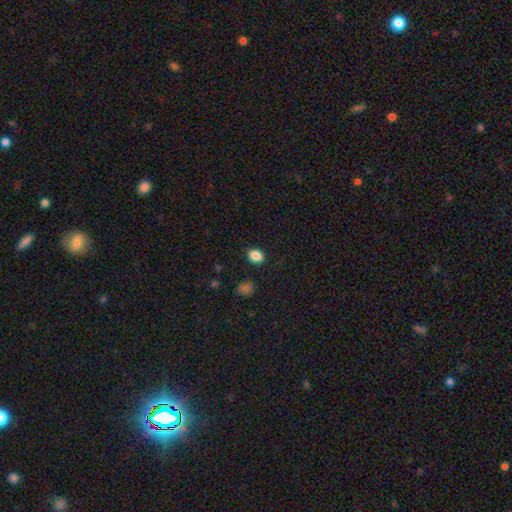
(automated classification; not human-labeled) A smooth galaxy with no disk features (86%) that is in between round and cigar-shaped (54%).

Vote fractions:
- Smooth or featured? smooth: 86% / star or artifact: 10% / featured or disk: 4%
- How rounded? in between: 54% / round: 45% / cigar-shaped: 1%
- Merging? none: 87% / minor disturbance: 9% / major disturbance: 2% / merger: 2%